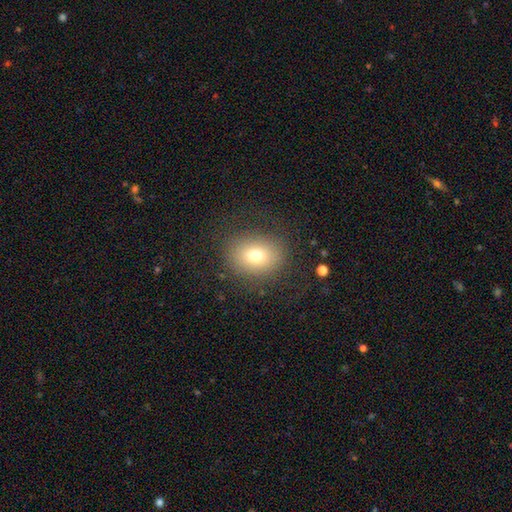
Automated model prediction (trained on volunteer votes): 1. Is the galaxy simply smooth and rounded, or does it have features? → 73% smooth, 14% featured or disk, 13% star or artifact.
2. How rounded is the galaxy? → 52% round, 47% in between, 1% cigar-shaped.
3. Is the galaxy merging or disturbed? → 81% none, 11% minor disturbance, 6% major disturbance, 1% merger.